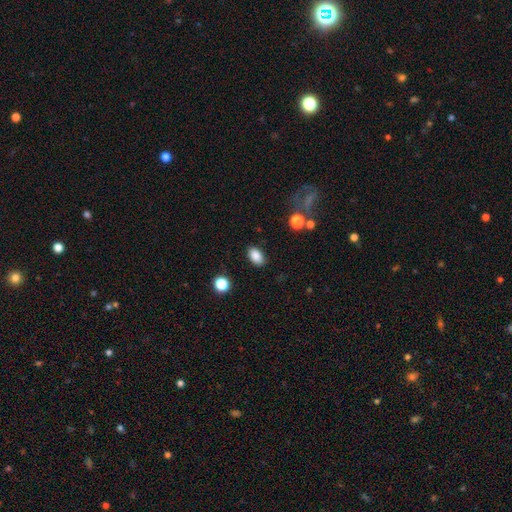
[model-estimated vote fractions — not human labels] A smooth galaxy with no disk features (86%) that is in between round and cigar-shaped (90%).

Vote fractions:
- Smooth or featured? smooth: 86% / star or artifact: 9% / featured or disk: 6%
- How rounded? in between: 90% / round: 8% / cigar-shaped: 2%
- Merging? none: 87% / minor disturbance: 9% / major disturbance: 3% / merger: 2%